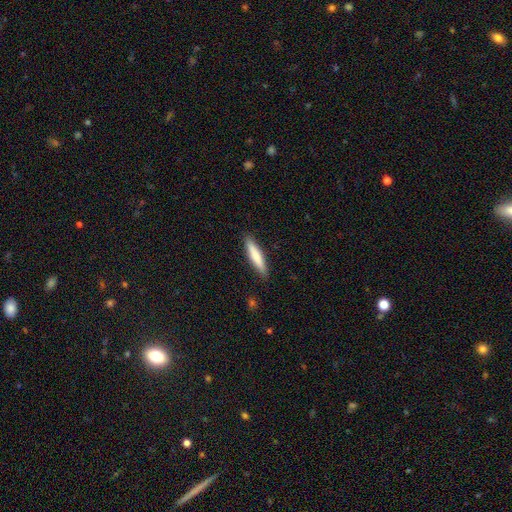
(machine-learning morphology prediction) Overall: smooth (74%). How rounded: cigar-shaped (88%). Merging: none (90%).